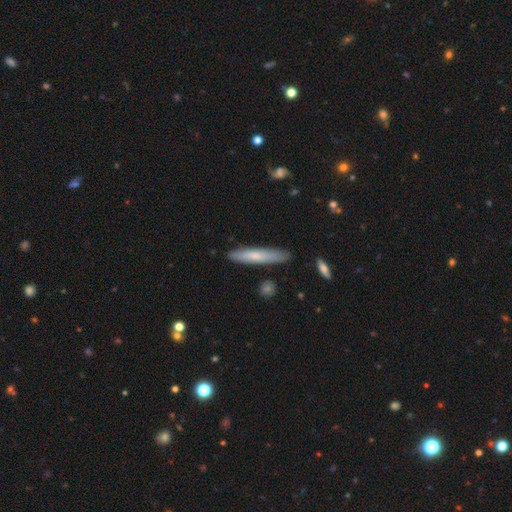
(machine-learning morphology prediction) This is likely a smooth galaxy (63%). How rounded: clearly cigar-shaped (90%). Merging: clearly none (84%).